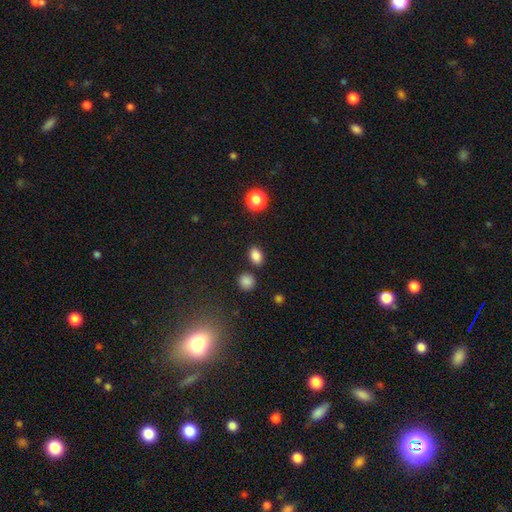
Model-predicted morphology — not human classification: Q: Smooth or featured?
A: smooth (85%); runner-up: star or artifact (11%)
Q: How rounded?
A: in between (77%); runner-up: round (21%)
Q: Merging?
A: none (82%); runner-up: minor disturbance (10%)